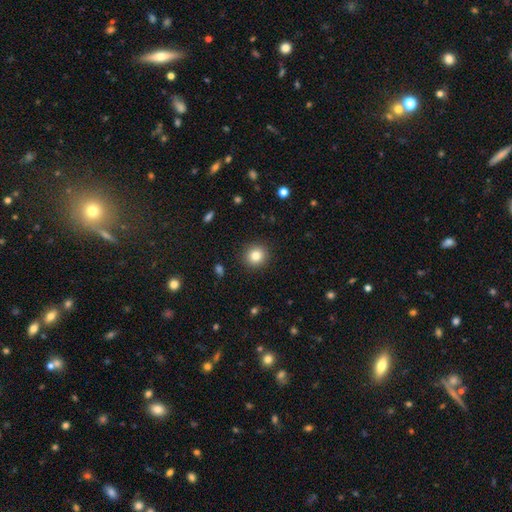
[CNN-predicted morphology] The model was most divided on "smooth or featured": smooth: 82%, star or artifact: 11%, featured or disk: 7%. More confident: merging — none (91%); how rounded — round (90%).